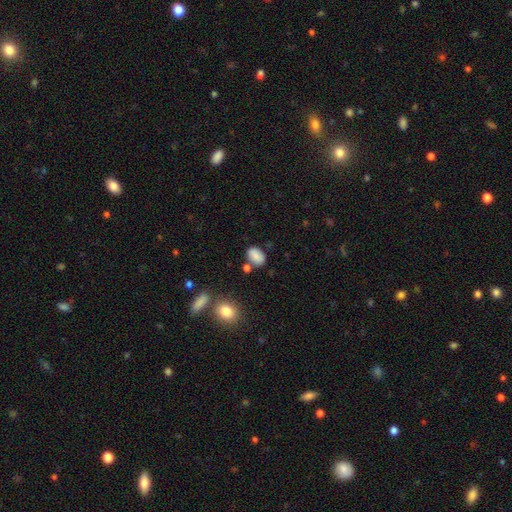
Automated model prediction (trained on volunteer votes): This is clearly a smooth galaxy (84%). How rounded: clearly in between (85%). Merging: likely none (70%).